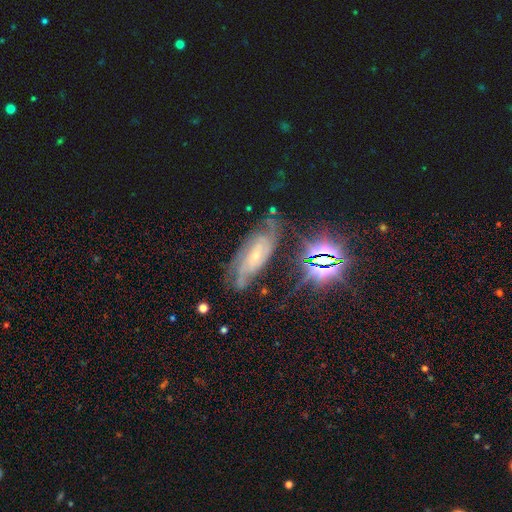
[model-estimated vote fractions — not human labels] smooth_or_featured: featured or disk (p=0.74) [alt: star or artifact p=0.16]
disk_edge_on: no (p=0.90) [alt: yes p=0.10]
bar: no (p=0.54) [alt: weak p=0.33]
has_spiral_arms: yes (p=0.96) [alt: no p=0.04]
spiral_winding: tight (p=0.58) [alt: medium p=0.34]
spiral_arm_count: can't tell (p=0.35) [alt: 2 p=0.27]
bulge_size: small (p=0.73) [alt: moderate p=0.19]
merging: none (p=0.66) [alt: minor disturbance p=0.21]